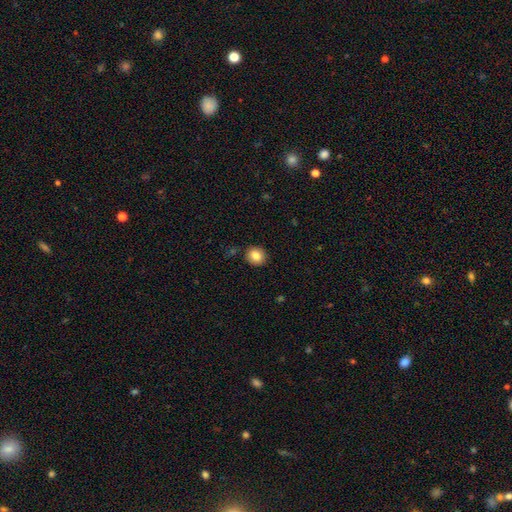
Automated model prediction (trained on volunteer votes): Overall: smooth (83%). How rounded: round (82%). Merging: none (90%).